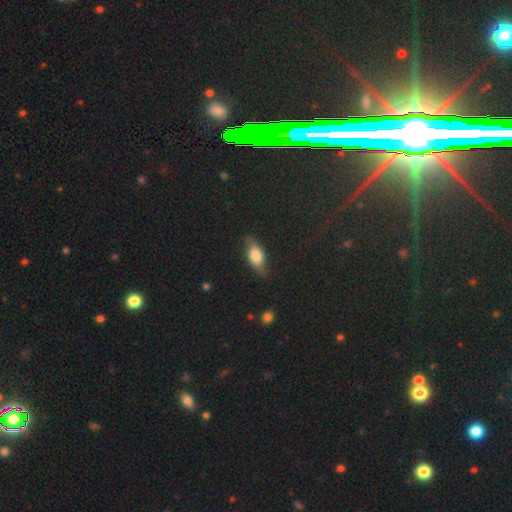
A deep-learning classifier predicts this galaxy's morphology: Smooth or featured: smooth — 68% (featured or disk — 23%)
How rounded: in between — 81% (cigar-shaped — 14%)
Merging: none — 73% (minor disturbance — 20%)